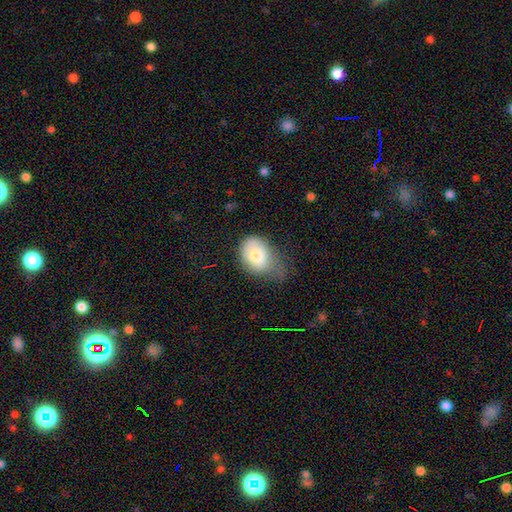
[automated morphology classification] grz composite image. It shows a smooth galaxy with no disk features (76%) that is in between round and cigar-shaped (71%). Merging: minor disturbance (45%).